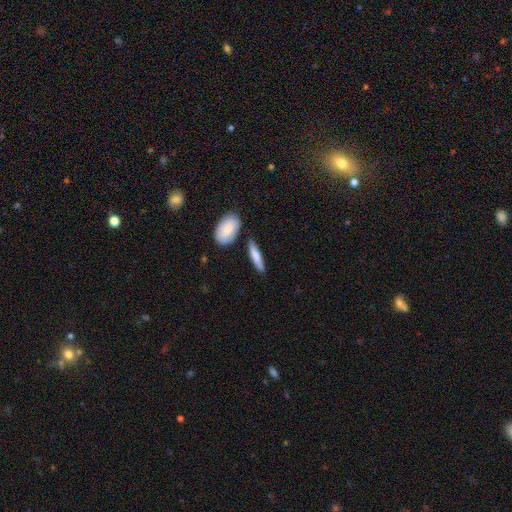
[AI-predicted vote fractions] A smooth galaxy with no disk features (76%) that is cigar-shaped (74%).

Vote fractions:
- Smooth or featured? smooth: 76% / featured or disk: 19% / star or artifact: 5%
- How rounded? cigar-shaped: 74% / in between: 24% / round: 3%
- Merging? none: 81% / minor disturbance: 11% / merger: 6% / major disturbance: 2%